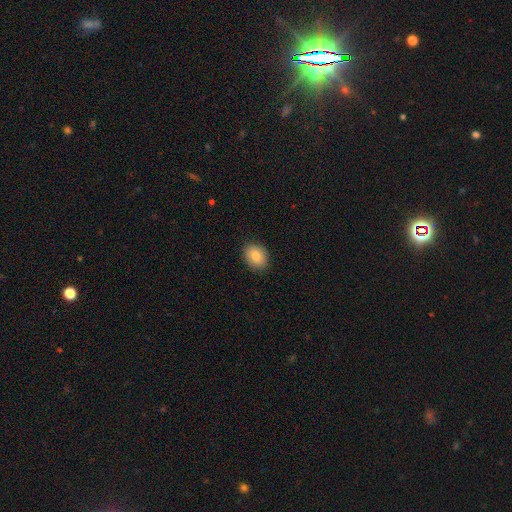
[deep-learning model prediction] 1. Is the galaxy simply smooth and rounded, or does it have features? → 83% smooth, 9% featured or disk, 8% star or artifact.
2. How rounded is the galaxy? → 58% in between, 41% round, 1% cigar-shaped.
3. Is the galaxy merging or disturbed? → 89% none, 8% minor disturbance, 2% major disturbance, 1% merger.